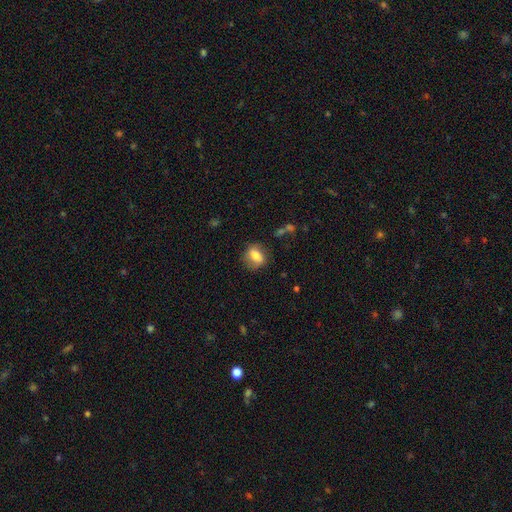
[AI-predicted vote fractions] Smooth or featured? Predicted: smooth (p=0.74). How rounded? Predicted: in between (p=0.60). Merging? Predicted: none (p=0.74).